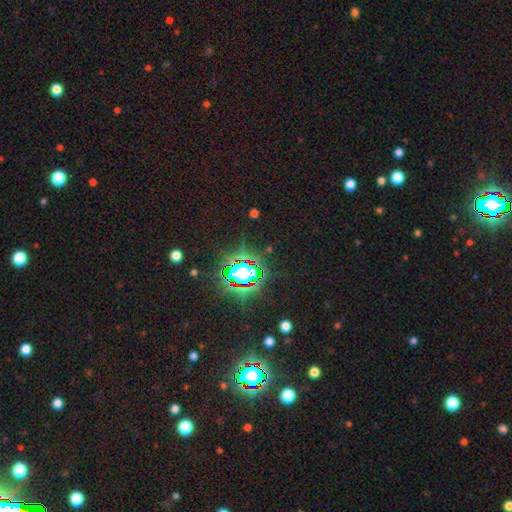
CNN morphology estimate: Smooth or featured: star or artifact — 82% (smooth — 11%)